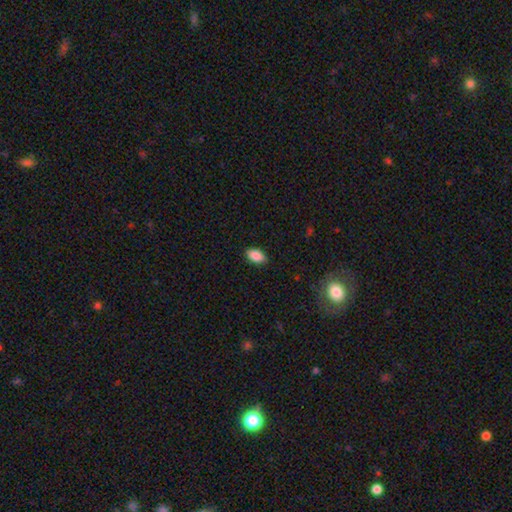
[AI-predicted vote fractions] smooth 88%, star or artifact 7%, featured or disk 4%. Down the decision tree: how rounded — in between (93%); merging — none (88%).